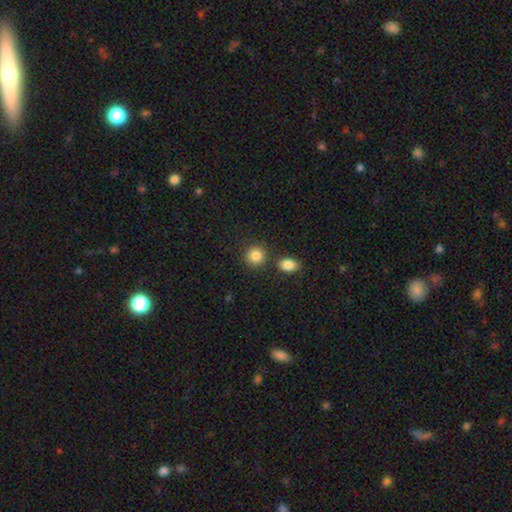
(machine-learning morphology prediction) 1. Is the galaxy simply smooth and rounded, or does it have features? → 86% smooth, 9% star or artifact, 5% featured or disk.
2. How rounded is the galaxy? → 85% round, 14% in between, 1% cigar-shaped.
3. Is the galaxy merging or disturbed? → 79% none, 10% merger, 8% minor disturbance, 3% major disturbance.